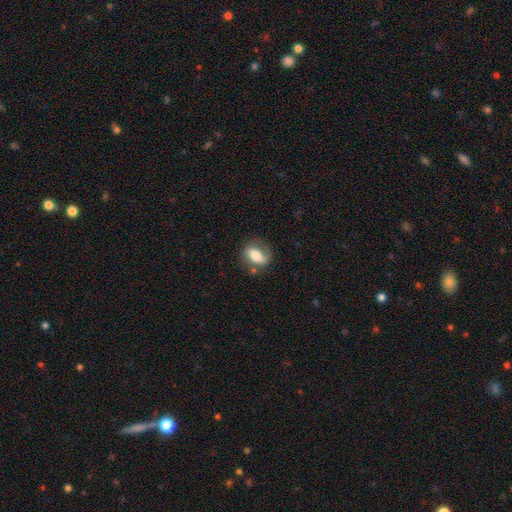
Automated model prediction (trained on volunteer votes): smooth_or_featured: smooth (p=0.57) [alt: featured or disk p=0.35]
how_rounded: in between (p=0.73) [alt: round p=0.23]
merging: none (p=0.62) [alt: minor disturbance p=0.22]